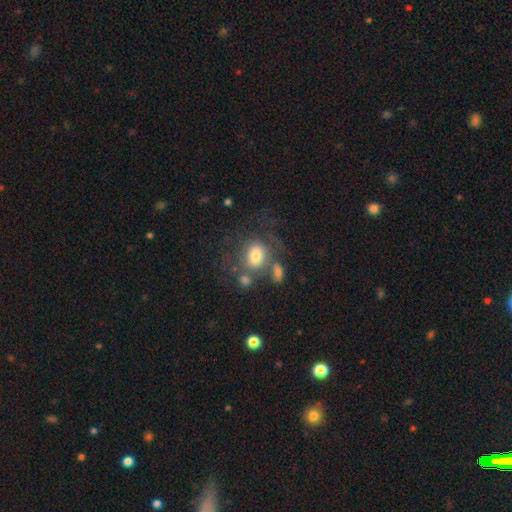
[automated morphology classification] A smooth galaxy with no disk features (62%) that is round (52%). Merging: none (42%).